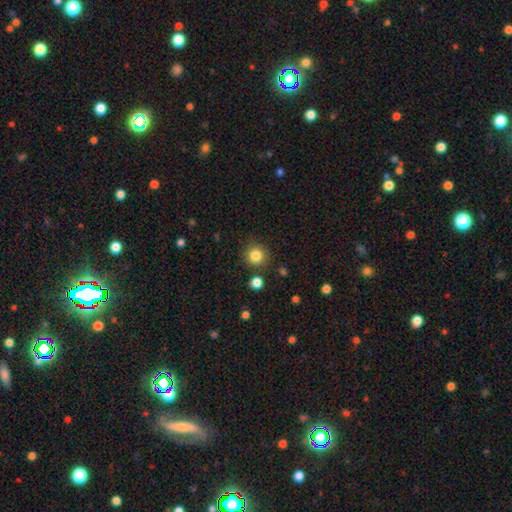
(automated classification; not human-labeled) This appears to be a smooth galaxy with no disk features (84%) that is round (93%). Merging: none (86%).